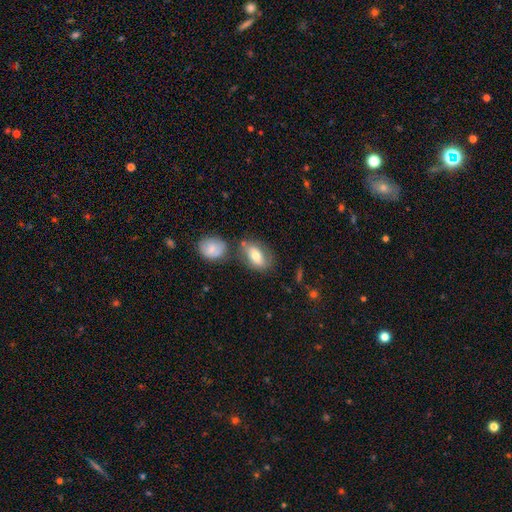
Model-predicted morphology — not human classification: This is likely a smooth galaxy (72%). How rounded: clearly in between (87%). Merging: possibly none (60%).